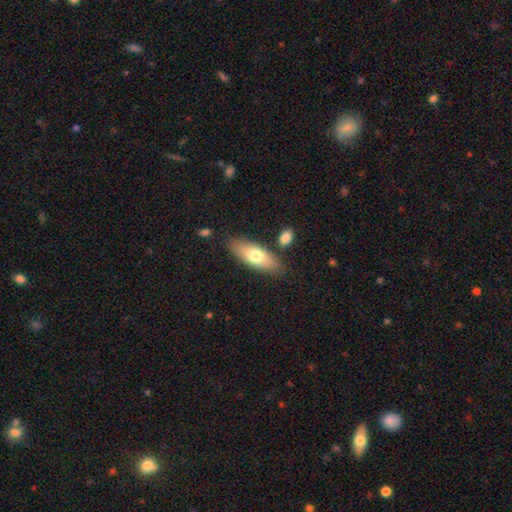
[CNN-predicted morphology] smooth_or_featured: smooth (p=0.70) [alt: featured or disk p=0.24]
how_rounded: in between (p=0.71) [alt: cigar-shaped p=0.27]
merging: none (p=0.79) [alt: minor disturbance p=0.12]